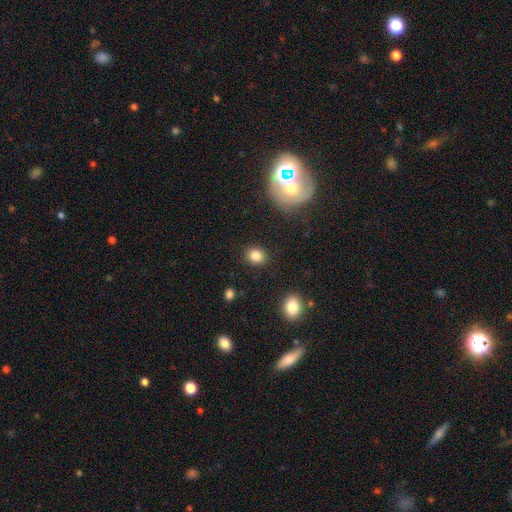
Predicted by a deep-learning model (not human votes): A smooth galaxy with no disk features (85%) that is round (64%).

Vote fractions:
- Smooth or featured? smooth: 85% / star or artifact: 10% / featured or disk: 5%
- How rounded? round: 64% / in between: 34% / cigar-shaped: 1%
- Merging? none: 88% / minor disturbance: 7% / major disturbance: 2% / merger: 2%